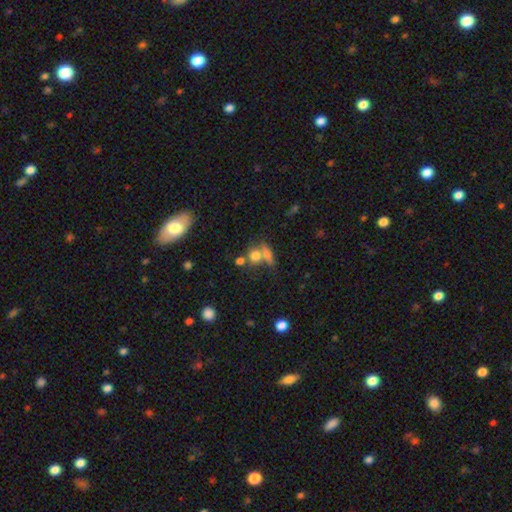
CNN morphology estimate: Smooth or featured: smooth — 71% (star or artifact — 15%)
How rounded: round — 71% (in between — 24%)
Merging: none — 44% (merger — 42%)